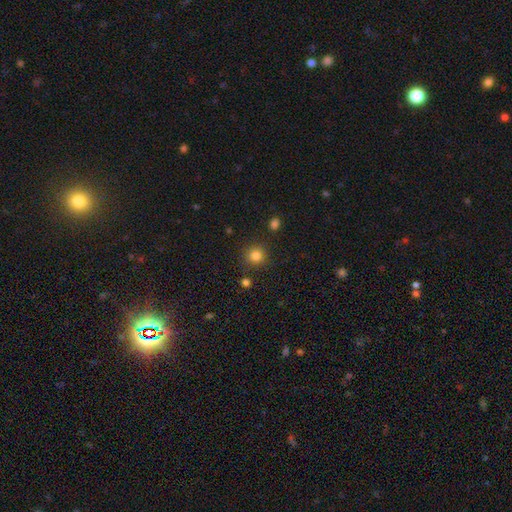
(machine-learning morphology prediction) smooth-or-featured: smooth: 83% | star or artifact: 13% | featured or disk: 5%
  how-rounded: round: 93% | in between: 6% | cigar-shaped: 1%
  merging: none: 87% | minor disturbance: 7% | merger: 4% | major disturbance: 3%